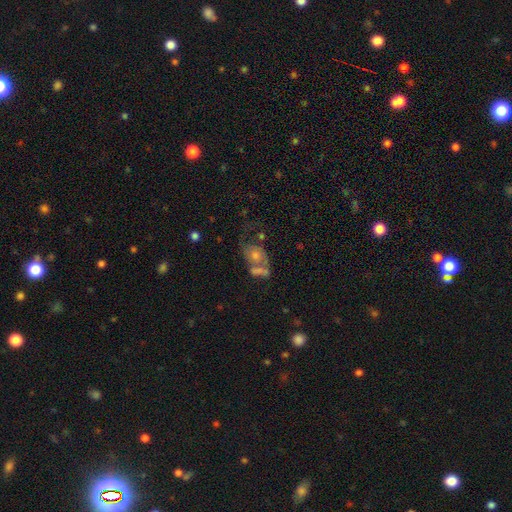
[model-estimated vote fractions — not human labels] Smooth or featured: featured or disk — 46% (smooth — 37%)
Merging: merger — 38% (none — 28%)